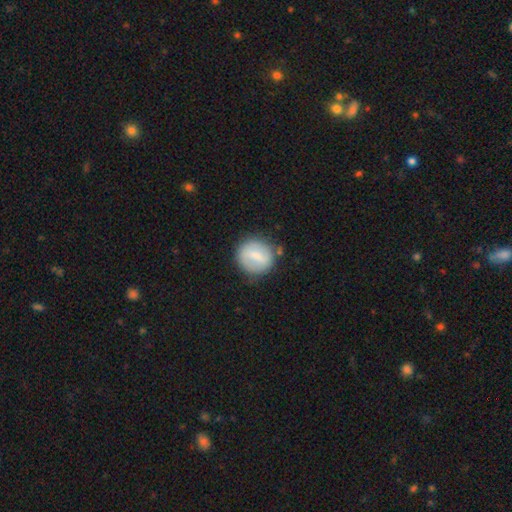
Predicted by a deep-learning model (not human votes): Smooth or featured?
  - smooth: 61% *
  - featured or disk: 33%
  - star or artifact: 6%
How rounded?
  - round: 83% *
  - in between: 15%
  - cigar-shaped: 1%
Merging?
  - none: 76% *
  - minor disturbance: 16%
  - major disturbance: 5%
  - merger: 3%